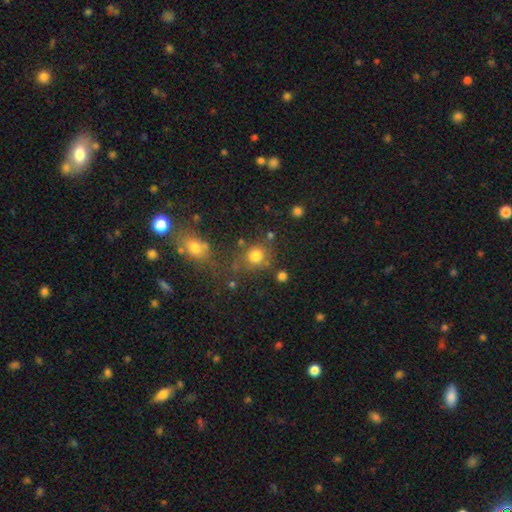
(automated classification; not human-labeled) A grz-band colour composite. It shows a smooth galaxy with no disk features (78%) that is round (85%). Merging: none (64%).